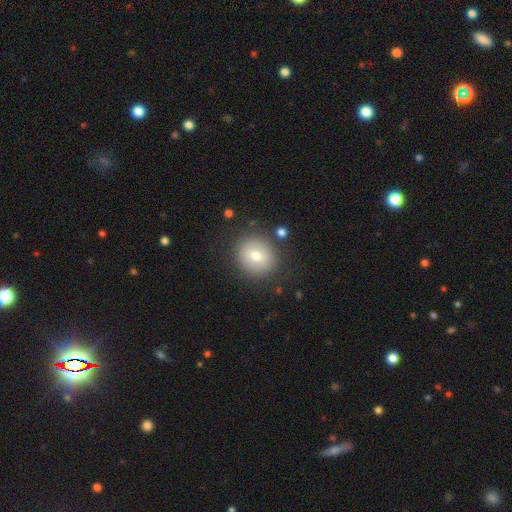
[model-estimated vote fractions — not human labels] Morphology: type=smooth (71%); roundness=round (86%); merging=none (87%).